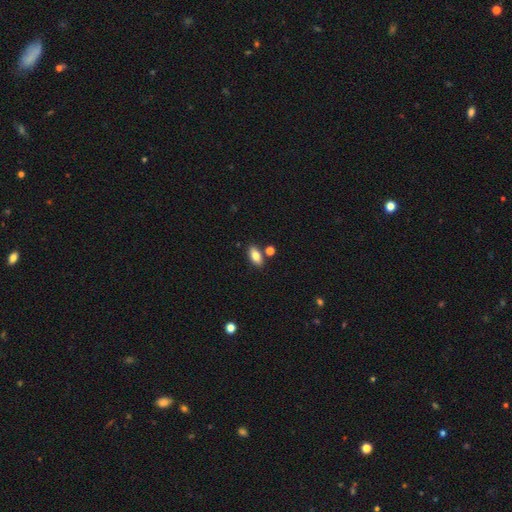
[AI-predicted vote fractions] Morphology: type=smooth (80%); roundness=in between (89%); merging=none (78%).